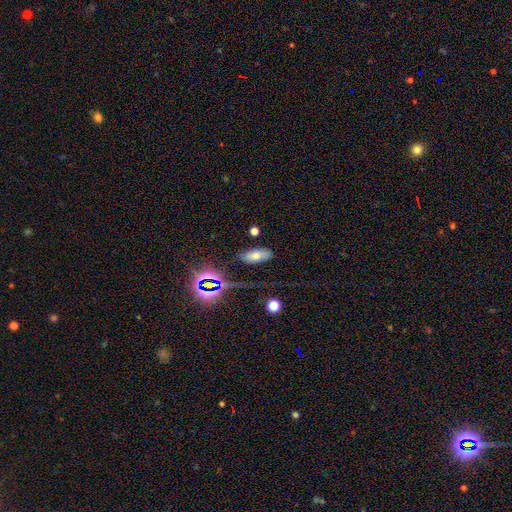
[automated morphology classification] Overall: smooth (53%; star or artifact 28%). How rounded: in between (82%). Merging: none (75%).